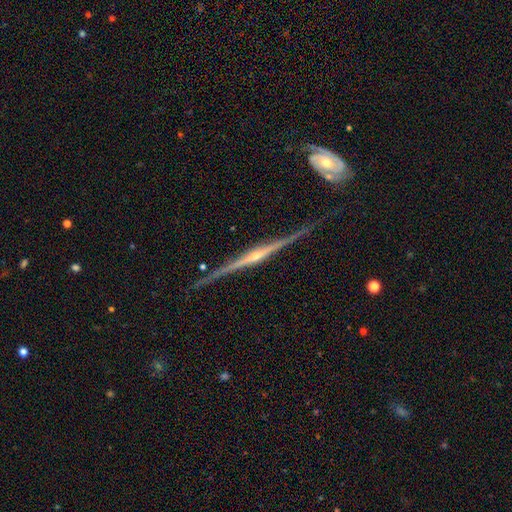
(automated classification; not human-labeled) Smooth or featured? Predicted: featured or disk (p=0.89). Edge-on disk? Predicted: yes (p=0.98). Edge-on bulge? Predicted: rounded (p=0.78). Merging? Predicted: none (p=0.83).